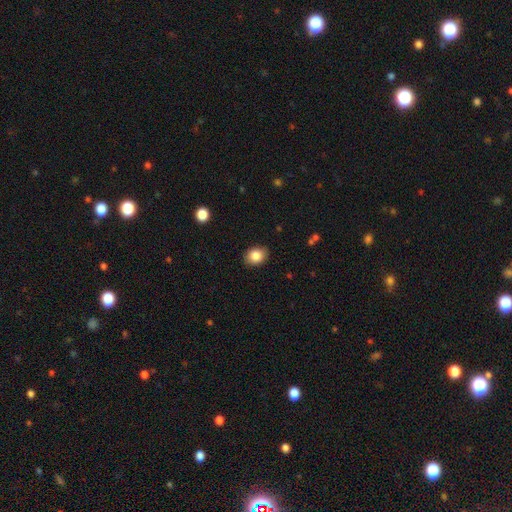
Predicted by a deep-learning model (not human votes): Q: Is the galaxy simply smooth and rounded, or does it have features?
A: smooth — 85%.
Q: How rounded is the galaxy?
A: in between — 63%.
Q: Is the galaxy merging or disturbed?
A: none — 86%.